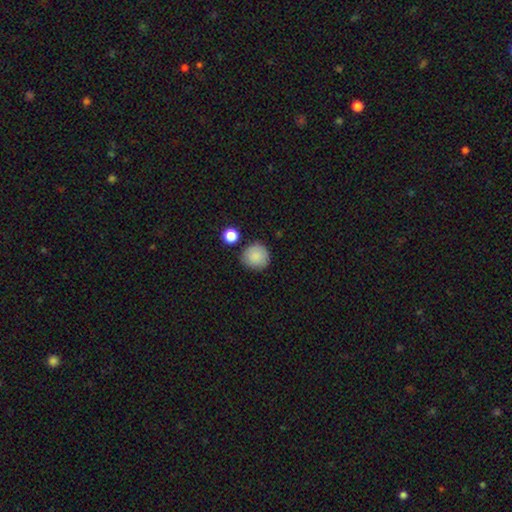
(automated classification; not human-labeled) The model was most divided on "merging": none: 82%, minor disturbance: 11%, merger: 4%, major disturbance: 3%. More confident: how rounded — round (92%); smooth or featured — smooth (87%).